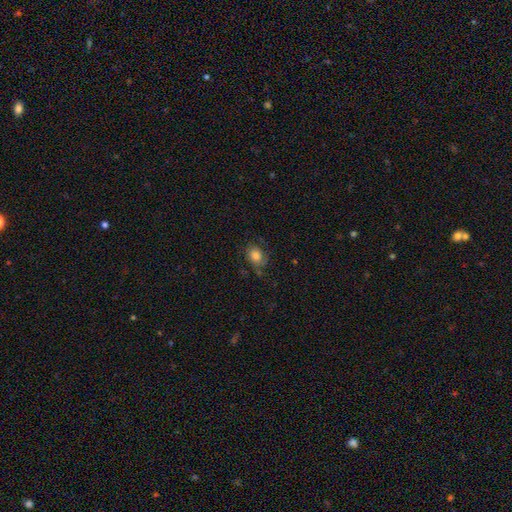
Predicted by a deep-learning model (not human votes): Smooth or featured? smooth (70%)
How rounded? in between (59%)
Merging? none (61%)